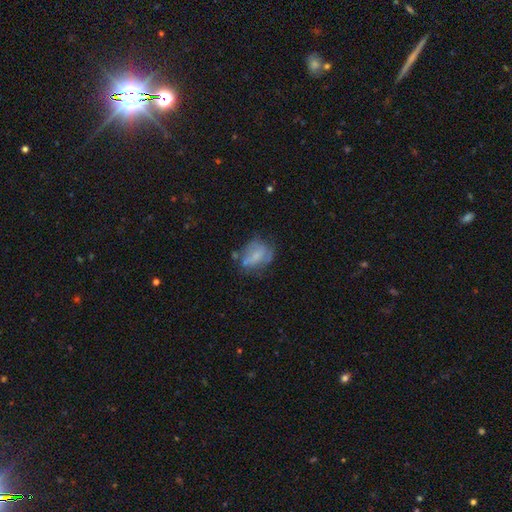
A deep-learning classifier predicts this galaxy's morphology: A smooth galaxy with no disk features (51%) that is in between round and cigar-shaped (66%). Merging: none (44%).